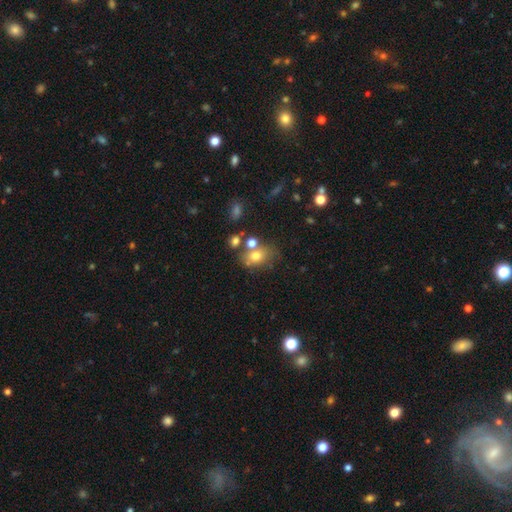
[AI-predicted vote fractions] This is likely a smooth galaxy (71%). How rounded: likely in between (64%). Merging: possibly none (52%).